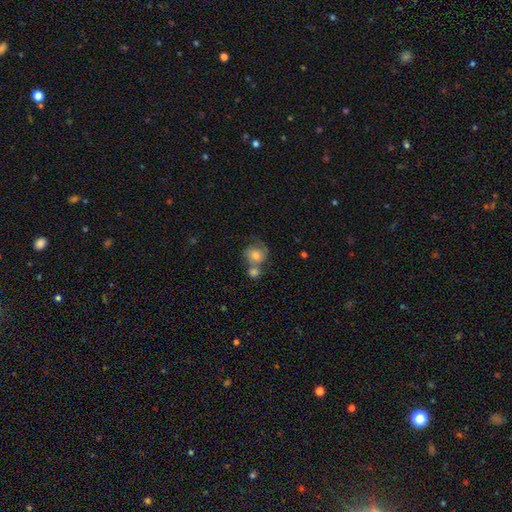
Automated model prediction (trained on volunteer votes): This is possibly a smooth galaxy (47%). Merging: marginally merger (44%).